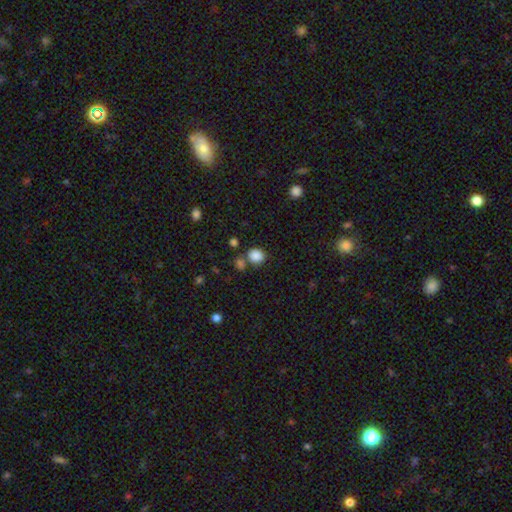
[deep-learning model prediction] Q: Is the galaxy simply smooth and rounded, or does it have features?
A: smooth — 85%.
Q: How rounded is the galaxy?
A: round — 66%.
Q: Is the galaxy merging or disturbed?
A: none — 63%.